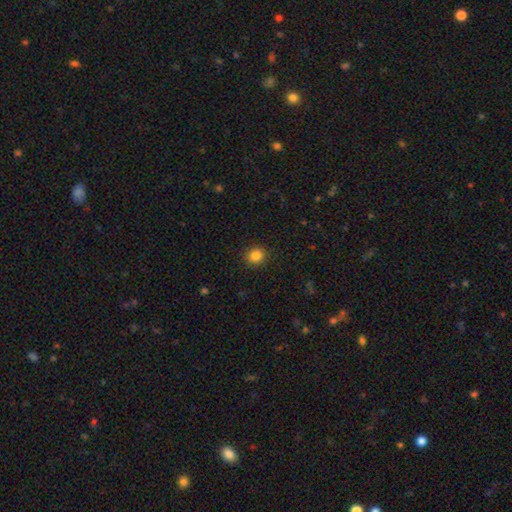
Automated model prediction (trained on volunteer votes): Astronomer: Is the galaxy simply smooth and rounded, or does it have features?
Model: smooth — 85%.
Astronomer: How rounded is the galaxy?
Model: round — 86%.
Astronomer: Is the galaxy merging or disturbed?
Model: none — 91%.